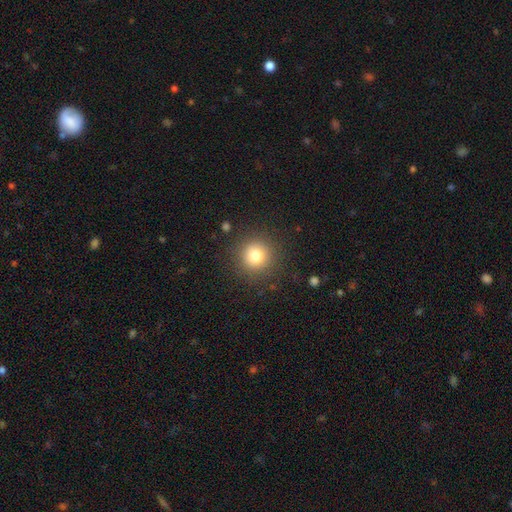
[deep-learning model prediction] A smooth galaxy with no disk features (79%) that is round (94%). Merging: none (89%).